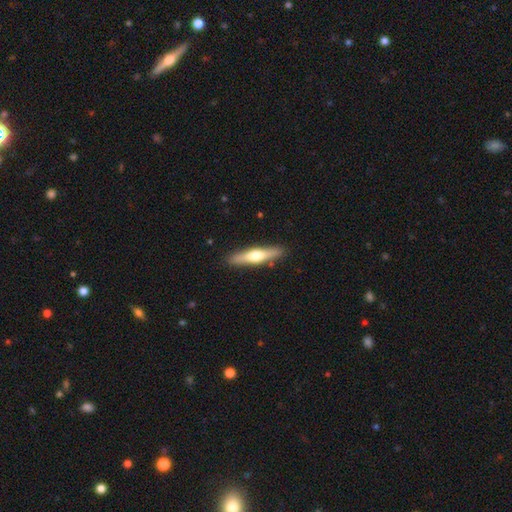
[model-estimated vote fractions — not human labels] Overall: featured or disk (50%; smooth 44%). Edge-on disk: yes (93%). Merging: none (89%).